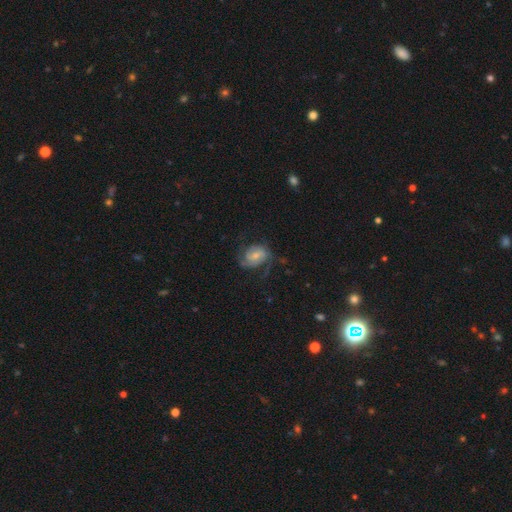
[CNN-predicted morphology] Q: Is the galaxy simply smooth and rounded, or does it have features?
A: featured or disk — 70%.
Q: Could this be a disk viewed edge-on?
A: no — 97%.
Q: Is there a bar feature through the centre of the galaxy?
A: no — 48%.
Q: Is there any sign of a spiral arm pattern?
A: yes — 90%.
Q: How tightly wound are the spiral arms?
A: medium — 44%.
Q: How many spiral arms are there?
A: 2 — 58%.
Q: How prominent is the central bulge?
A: small — 46%.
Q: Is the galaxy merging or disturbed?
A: none — 54%.